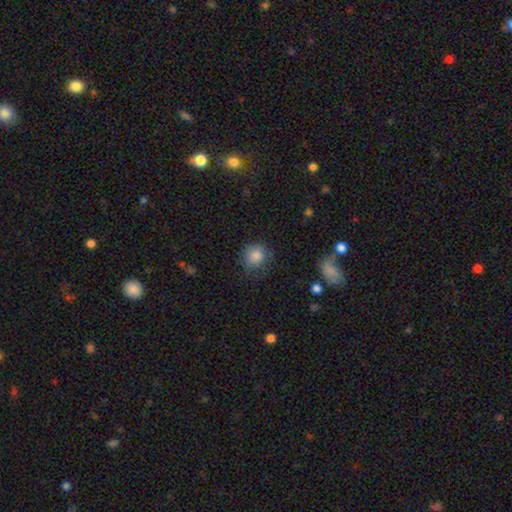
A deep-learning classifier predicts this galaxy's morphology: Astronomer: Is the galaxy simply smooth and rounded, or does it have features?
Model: smooth — 84%.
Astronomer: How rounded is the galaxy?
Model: round — 85%.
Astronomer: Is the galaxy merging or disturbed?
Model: none — 72%.